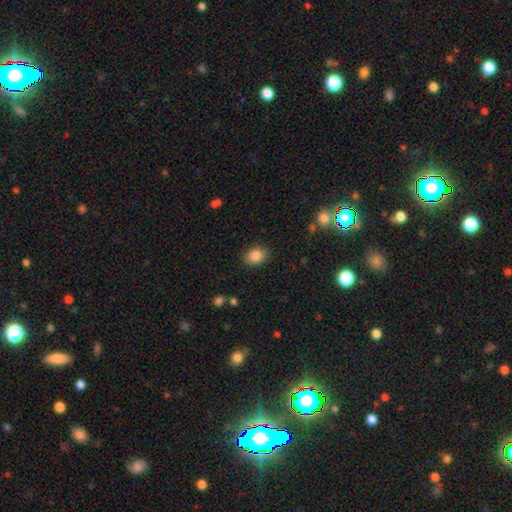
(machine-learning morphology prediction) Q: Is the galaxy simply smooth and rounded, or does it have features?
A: smooth — 86%.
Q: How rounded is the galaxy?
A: in between — 65%.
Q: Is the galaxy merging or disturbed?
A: none — 87%.